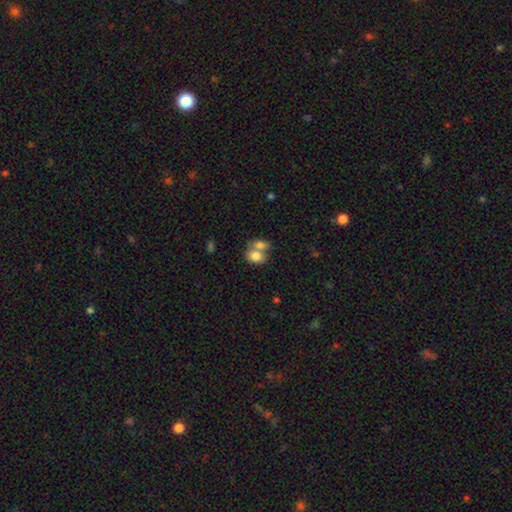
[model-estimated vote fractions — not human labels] Smooth or featured?
  - smooth: 80% *
  - featured or disk: 12%
  - star or artifact: 8%
How rounded?
  - in between: 70% *
  - round: 29%
  - cigar-shaped: 1%
Merging?
  - merger: 61% *
  - none: 27%
  - minor disturbance: 8%
  - major disturbance: 4%